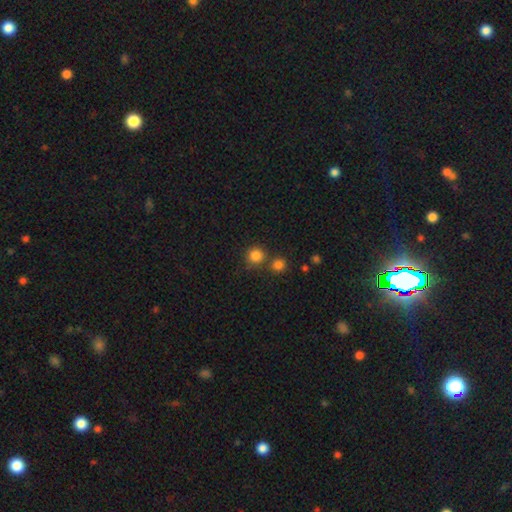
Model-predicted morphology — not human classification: The model was most divided on "merging": none: 68%, merger: 20%, minor disturbance: 9%, major disturbance: 3%. More confident: how rounded — round (91%); smooth or featured — smooth (83%).